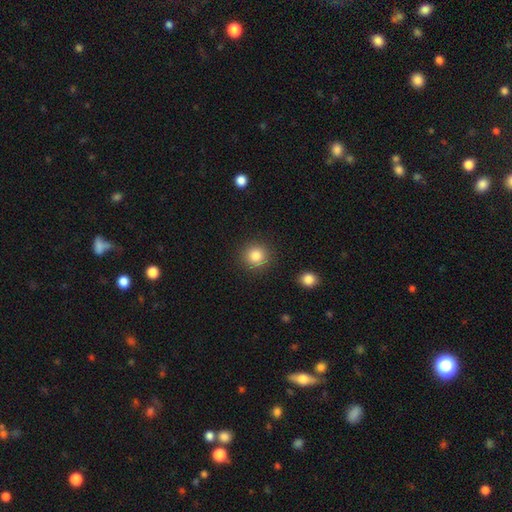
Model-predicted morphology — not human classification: Smooth or featured?
  - smooth: 83% *
  - star or artifact: 10%
  - featured or disk: 6%
How rounded?
  - round: 93% *
  - in between: 6%
  - cigar-shaped: 1%
Merging?
  - none: 89% *
  - minor disturbance: 6%
  - major disturbance: 2%
  - merger: 2%